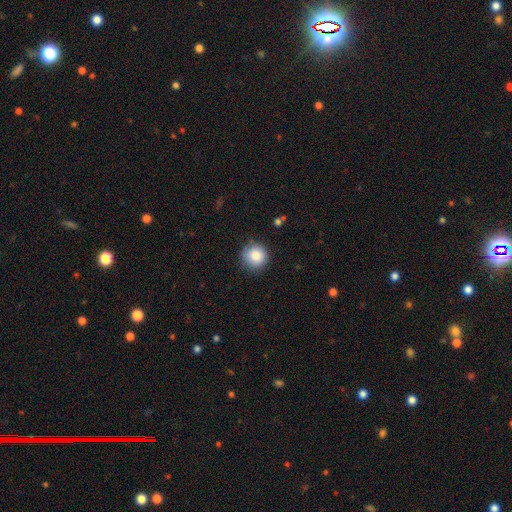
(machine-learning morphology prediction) A smooth galaxy with no disk features (86%) that is round (94%). Merging: none (84%).